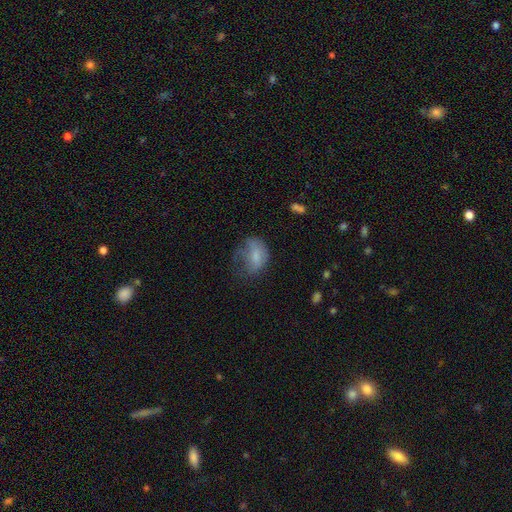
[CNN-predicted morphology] This is likely a smooth galaxy (69%). How rounded: likely in between (70%). Merging: marginally major disturbance (38%).